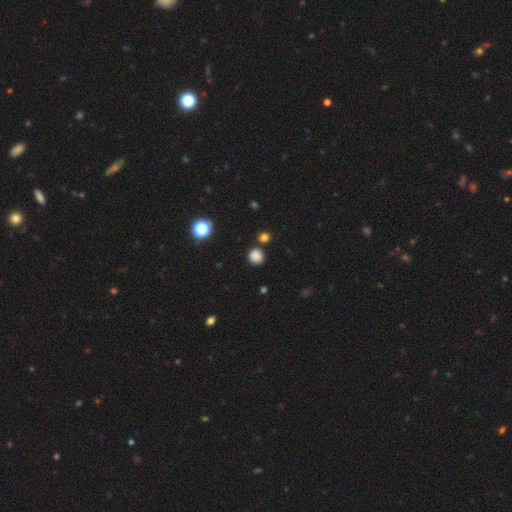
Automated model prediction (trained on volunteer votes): smooth 83%, star or artifact 14%, featured or disk 3%. Down the decision tree: how rounded — round (91%); merging — none (83%).